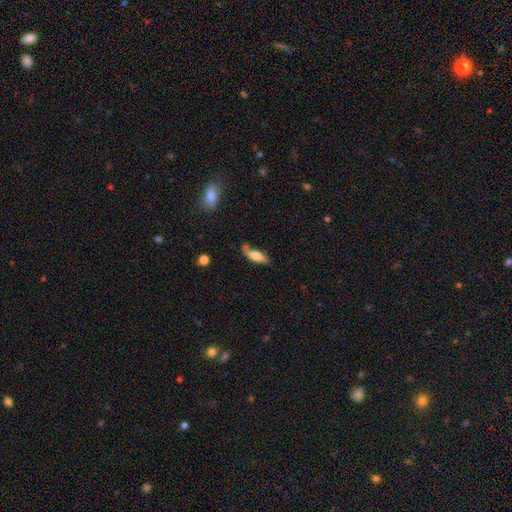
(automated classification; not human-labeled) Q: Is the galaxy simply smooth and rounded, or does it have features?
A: smooth — 63%.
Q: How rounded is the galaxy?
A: in between — 55%.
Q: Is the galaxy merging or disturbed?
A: none — 52%.